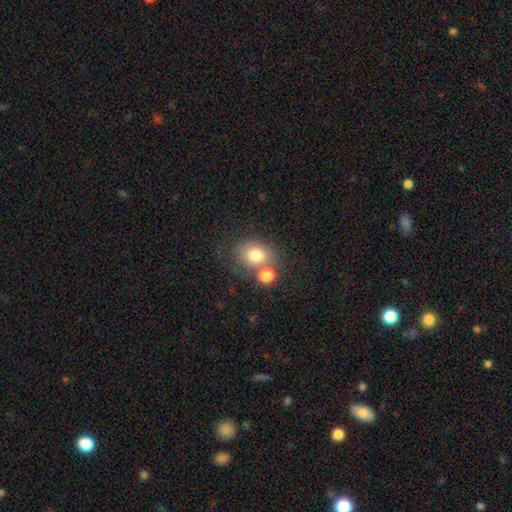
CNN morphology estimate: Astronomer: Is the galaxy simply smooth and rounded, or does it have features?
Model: smooth — 75%.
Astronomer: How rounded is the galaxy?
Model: round — 55% (runner-up: in between, 44%).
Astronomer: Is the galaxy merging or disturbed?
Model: none — 45% (runner-up: merger, 32%).